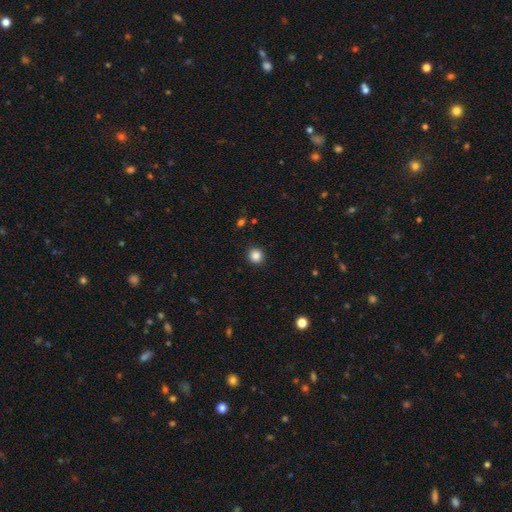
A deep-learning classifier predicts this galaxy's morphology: Smooth or featured?
  - smooth: 85% *
  - star or artifact: 11%
  - featured or disk: 4%
How rounded?
  - round: 91% *
  - in between: 9%
  - cigar-shaped: 1%
Merging?
  - none: 92% *
  - minor disturbance: 5%
  - major disturbance: 2%
  - merger: 1%